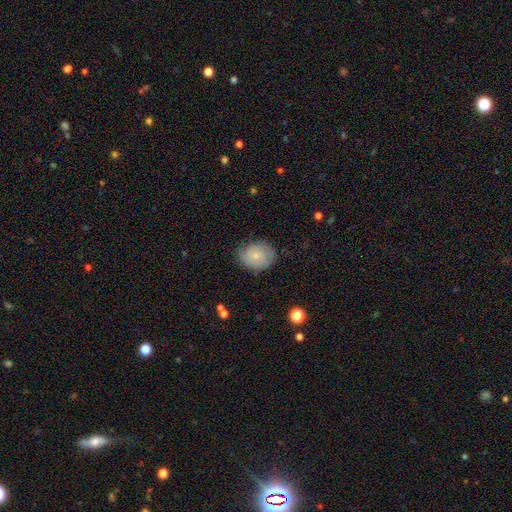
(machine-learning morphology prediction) The model was most divided on "how rounded": in between: 55%, round: 44%, cigar-shaped: 1%. More confident: merging — none (66%); smooth or featured — smooth (58%).